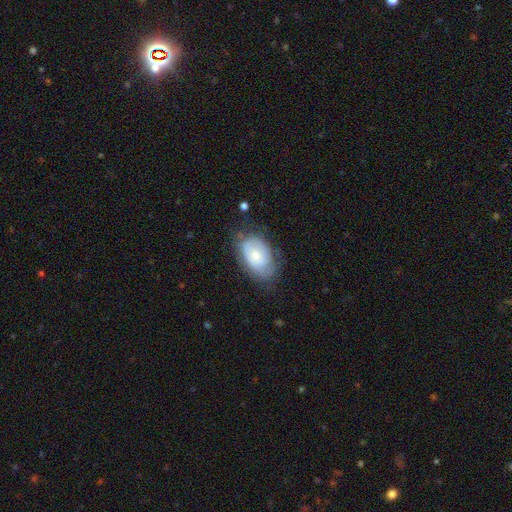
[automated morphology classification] smooth 50%, featured or disk 43%, star or artifact 7%. Down the decision tree: how rounded — in between (90%); merging — none (62%).